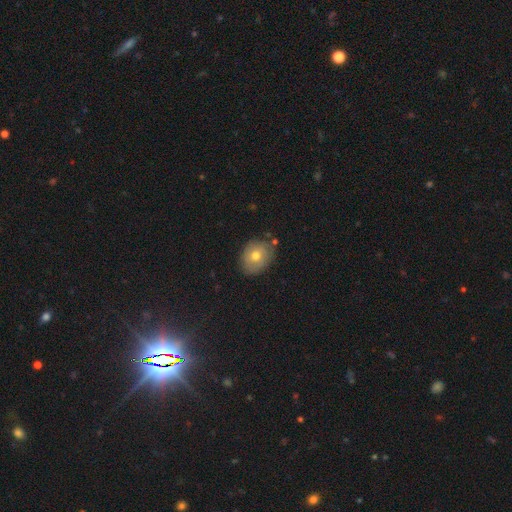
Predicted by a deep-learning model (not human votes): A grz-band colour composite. It shows a smooth galaxy with no disk features (70%) that is in between round and cigar-shaped (54%). Merging: none (76%).